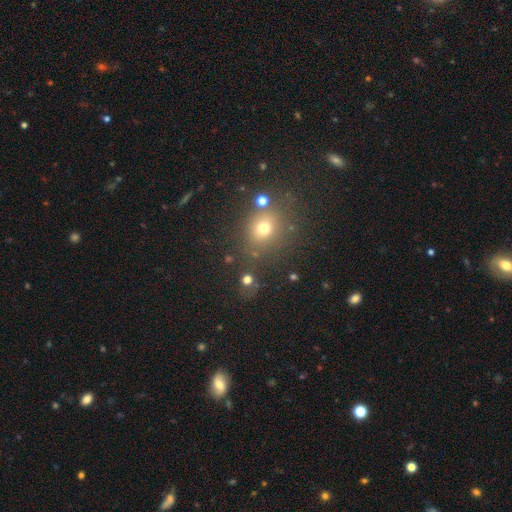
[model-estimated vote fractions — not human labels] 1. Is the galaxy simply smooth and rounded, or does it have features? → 54% smooth, 37% star or artifact, 9% featured or disk.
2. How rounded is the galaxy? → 79% round, 20% in between, 1% cigar-shaped.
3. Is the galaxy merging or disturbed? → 79% none, 9% minor disturbance, 8% merger, 4% major disturbance.